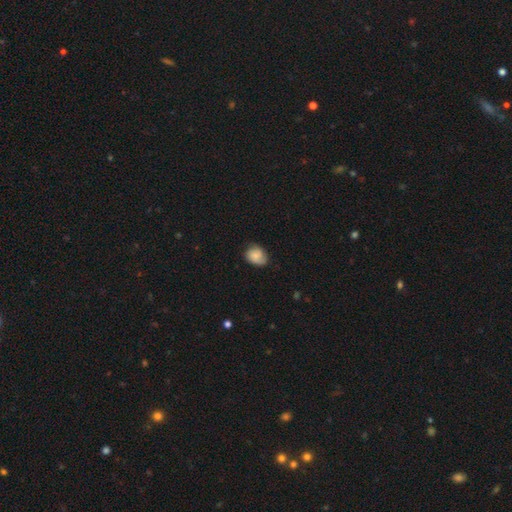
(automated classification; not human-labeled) A smooth galaxy with no disk features (72%) that is in between round and cigar-shaped (51%).

Vote fractions:
- Smooth or featured? smooth: 72% / featured or disk: 20% / star or artifact: 8%
- How rounded? in between: 51% / round: 48% / cigar-shaped: 1%
- Merging? none: 66% / minor disturbance: 27% / major disturbance: 6% / merger: 1%